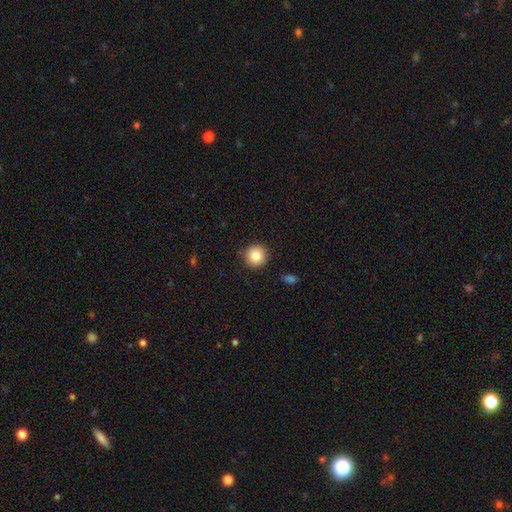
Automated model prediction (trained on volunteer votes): Overall: smooth (84%). How rounded: round (95%). Merging: none (90%).